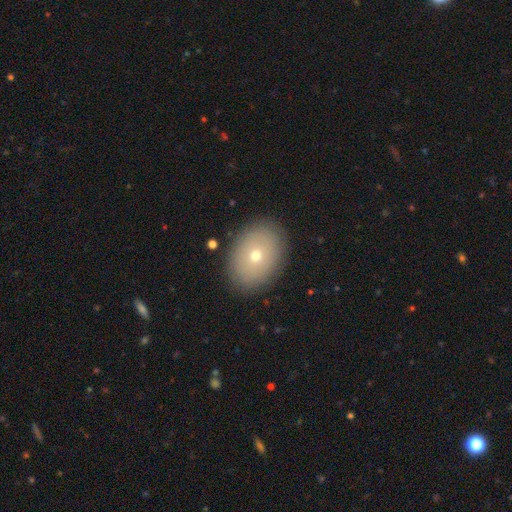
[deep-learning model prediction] Smooth or featured: smooth — 66% (featured or disk — 24%)
How rounded: in between — 72% (round — 27%)
Merging: none — 88% (minor disturbance — 9%)